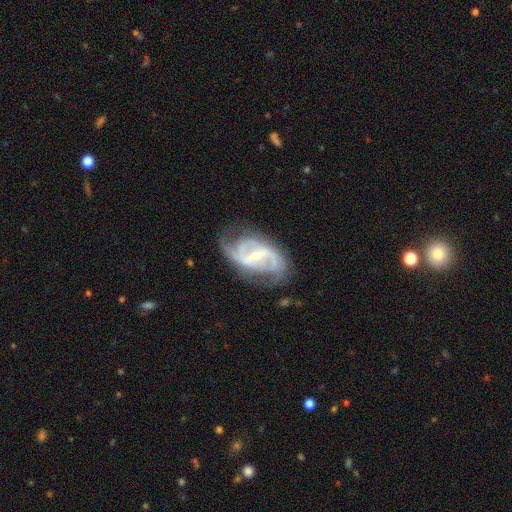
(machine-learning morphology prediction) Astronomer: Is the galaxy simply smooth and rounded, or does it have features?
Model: featured or disk — 88%.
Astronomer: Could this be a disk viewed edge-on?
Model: no — 97%.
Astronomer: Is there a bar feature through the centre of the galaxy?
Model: weak — 45% (runner-up: strong, 40%).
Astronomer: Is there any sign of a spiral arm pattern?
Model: yes — 96%.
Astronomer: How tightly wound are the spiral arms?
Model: medium — 46% (runner-up: loose, 36%).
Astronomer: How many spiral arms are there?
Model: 2 — 70%.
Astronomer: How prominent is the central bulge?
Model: small — 66%.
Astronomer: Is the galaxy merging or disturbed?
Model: none — 65%.